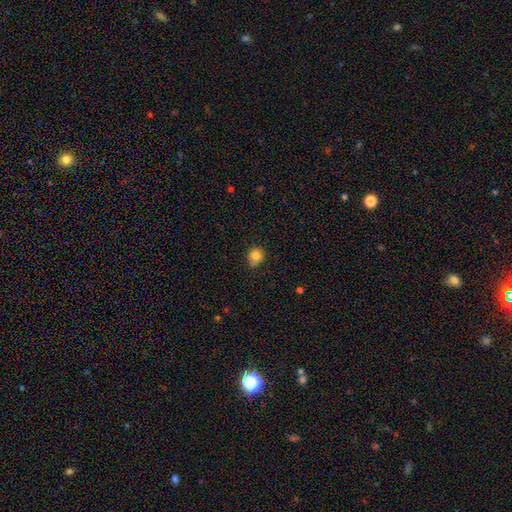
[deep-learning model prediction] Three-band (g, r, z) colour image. It shows a smooth galaxy with no disk features (82%) that is round (78%). Merging: none (62%).